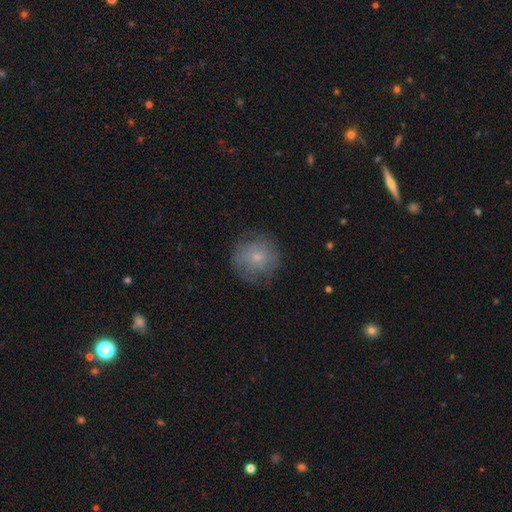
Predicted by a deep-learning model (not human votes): smooth-or-featured: smooth: 59% | featured or disk: 30% | star or artifact: 11%
  how-rounded: round: 92% | in between: 7% | cigar-shaped: 1%
  merging: none: 76% | minor disturbance: 16% | major disturbance: 7% | merger: 1%